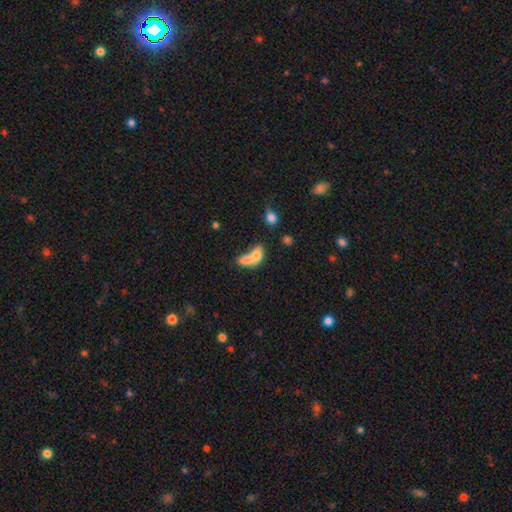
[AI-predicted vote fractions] Morphology: type=smooth (70%); roundness=in between (75%); merging=merger (72%).